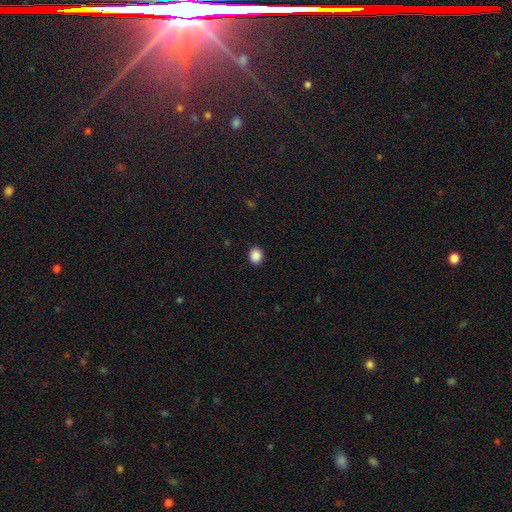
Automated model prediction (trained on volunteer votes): This appears to be a smooth galaxy with no disk features (88%) that is round (56%). Merging: none (91%).